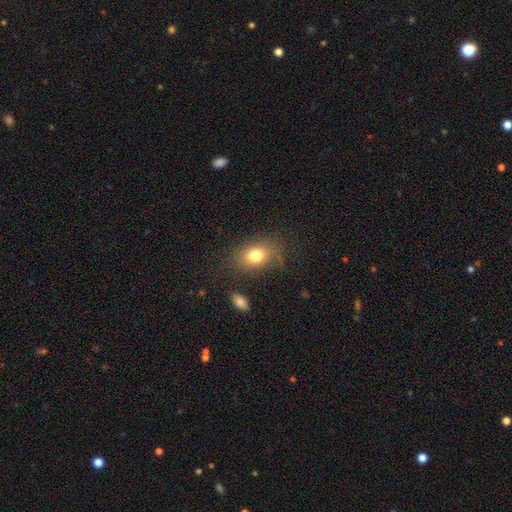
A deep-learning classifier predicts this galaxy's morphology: Smooth or featured?
  - smooth: 77% *
  - featured or disk: 13%
  - star or artifact: 10%
How rounded?
  - in between: 71% *
  - round: 28%
  - cigar-shaped: 1%
Merging?
  - none: 70% *
  - minor disturbance: 18%
  - major disturbance: 9%
  - merger: 3%